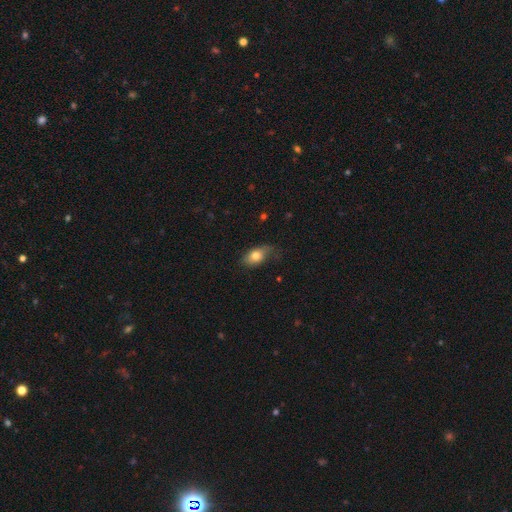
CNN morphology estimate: smooth-or-featured: smooth: 76% | featured or disk: 16% | star or artifact: 8%
  how-rounded: in between: 86% | round: 10% | cigar-shaped: 4%
  merging: none: 58% | minor disturbance: 31% | major disturbance: 9% | merger: 2%